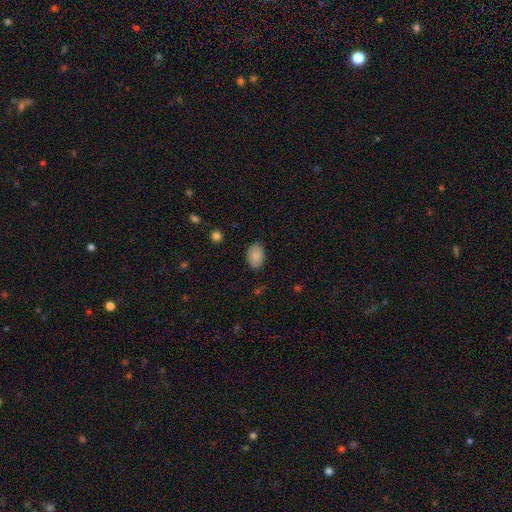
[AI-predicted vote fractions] A smooth galaxy with no disk features (87%) that is in between round and cigar-shaped (84%).

Vote fractions:
- Smooth or featured? smooth: 87% / star or artifact: 7% / featured or disk: 6%
- How rounded? in between: 84% / round: 15% / cigar-shaped: 1%
- Merging? none: 84% / minor disturbance: 12% / major disturbance: 3% / merger: 1%